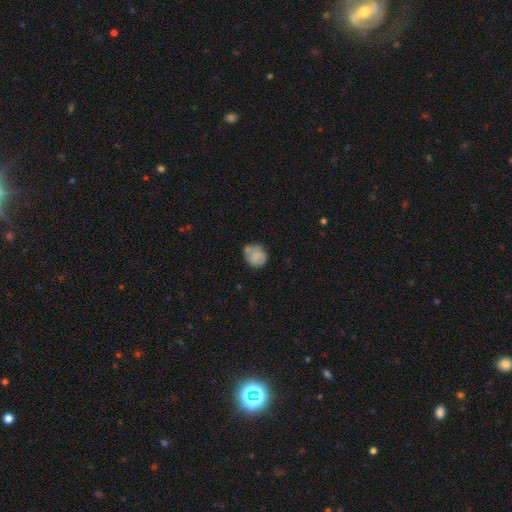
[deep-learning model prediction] smooth_or_featured: smooth (p=0.70) [alt: featured or disk p=0.22]
how_rounded: round (p=0.74) [alt: in between p=0.25]
merging: none (p=0.53) [alt: minor disturbance p=0.30]